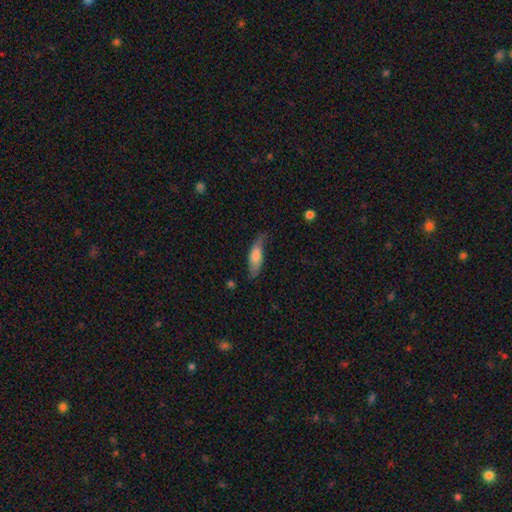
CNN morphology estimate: smooth-or-featured: smooth: 64% | featured or disk: 29% | star or artifact: 7%
  how-rounded: in between: 53% | cigar-shaped: 45% | round: 2%
  merging: none: 60% | minor disturbance: 29% | major disturbance: 9% | merger: 2%